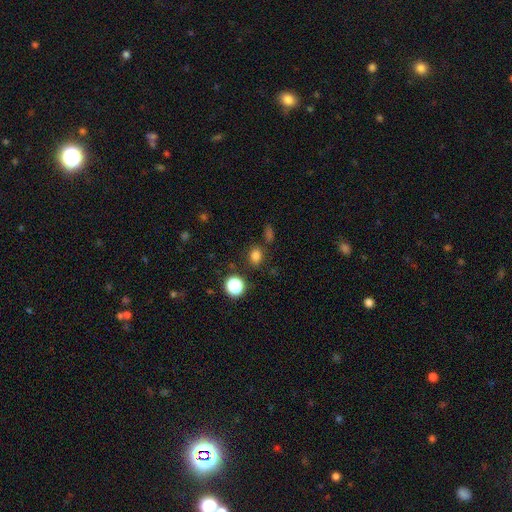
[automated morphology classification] This is likely a smooth galaxy (78%). How rounded: possibly in between (55%). Merging: clearly none (81%).